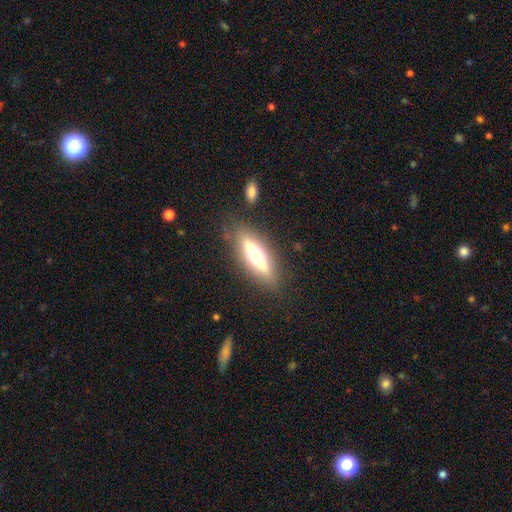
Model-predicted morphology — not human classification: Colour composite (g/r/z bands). It shows a featured or disk galaxy (57%) viewed edge-on (89%) with a rounded central bulge (87%). Merging: none (84%).